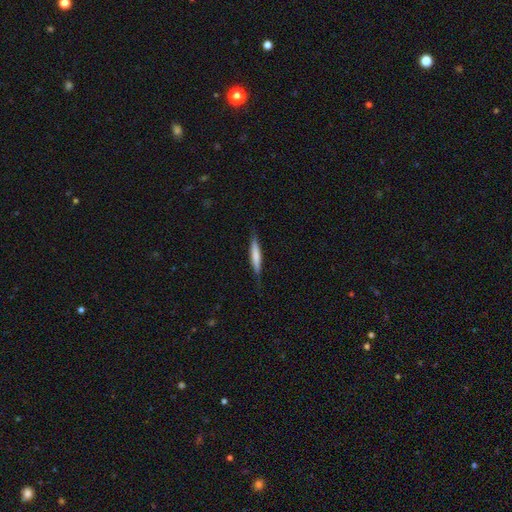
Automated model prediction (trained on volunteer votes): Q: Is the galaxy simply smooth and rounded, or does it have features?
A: smooth — 63%.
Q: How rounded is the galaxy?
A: cigar-shaped — 92%.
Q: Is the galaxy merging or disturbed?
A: none — 82%.